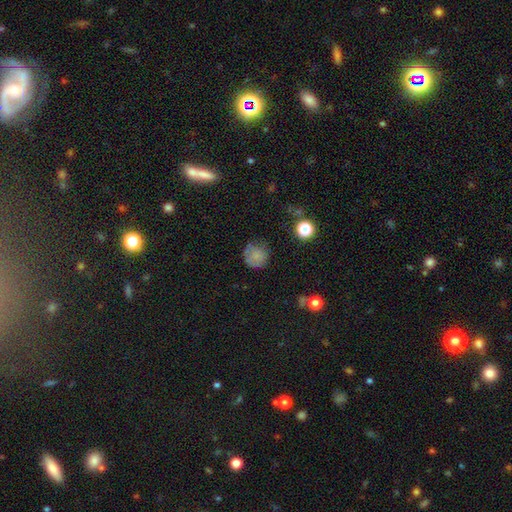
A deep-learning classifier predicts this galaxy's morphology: A smooth galaxy with no disk features (76%) that is round (91%).

Vote fractions:
- Smooth or featured? smooth: 76% / featured or disk: 12% / star or artifact: 12%
- How rounded? round: 91% / in between: 9% / cigar-shaped: 1%
- Merging? none: 67% / minor disturbance: 23% / major disturbance: 8% / merger: 2%